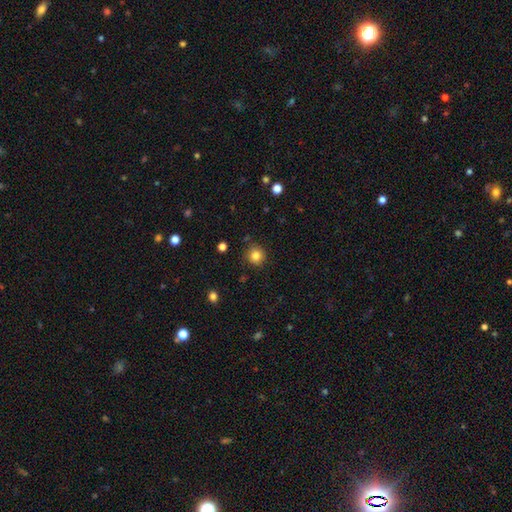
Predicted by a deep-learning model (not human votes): Q: Smooth or featured?
A: smooth (83%); runner-up: star or artifact (12%)
Q: How rounded?
A: round (92%); runner-up: in between (7%)
Q: Merging?
A: none (86%); runner-up: minor disturbance (10%)